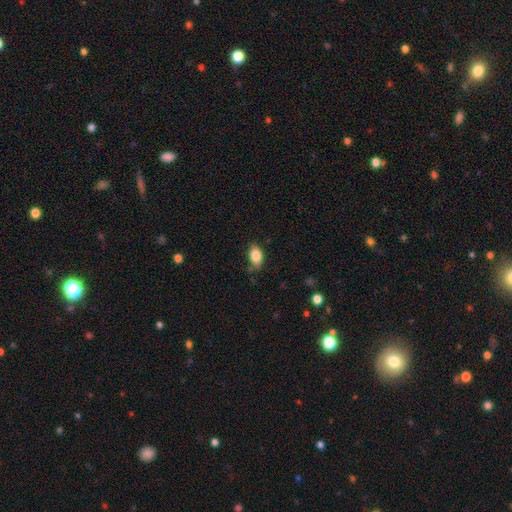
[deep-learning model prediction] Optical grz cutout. It shows a smooth galaxy with no disk features (86%) that is in between round and cigar-shaped (90%). Merging: none (80%).